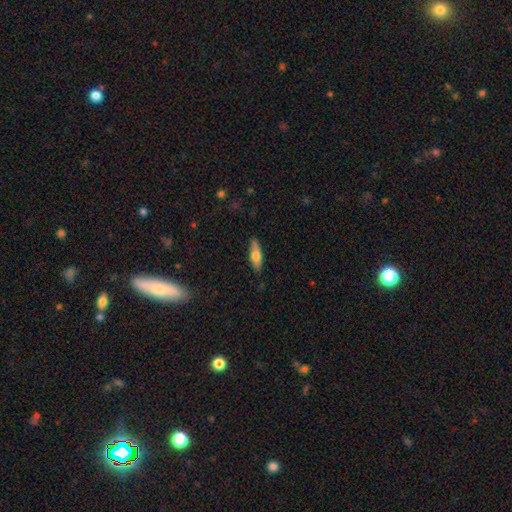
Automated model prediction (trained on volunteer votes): A smooth galaxy with no disk features (66%) that is in between round and cigar-shaped (52%).

Vote fractions:
- Smooth or featured? smooth: 66% / featured or disk: 28% / star or artifact: 6%
- How rounded? in between: 52% / cigar-shaped: 46% / round: 2%
- Merging? none: 82% / minor disturbance: 14% / major disturbance: 3% / merger: 1%